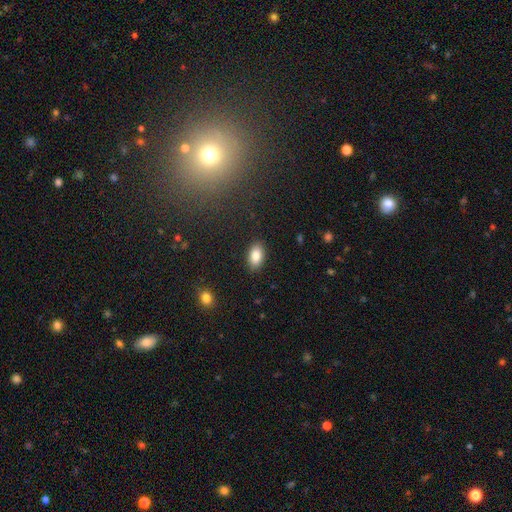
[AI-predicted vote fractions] smooth-or-featured: smooth: 85% | star or artifact: 8% | featured or disk: 7%
  how-rounded: in between: 91% | round: 7% | cigar-shaped: 2%
  merging: none: 88% | minor disturbance: 8% | major disturbance: 2% | merger: 1%